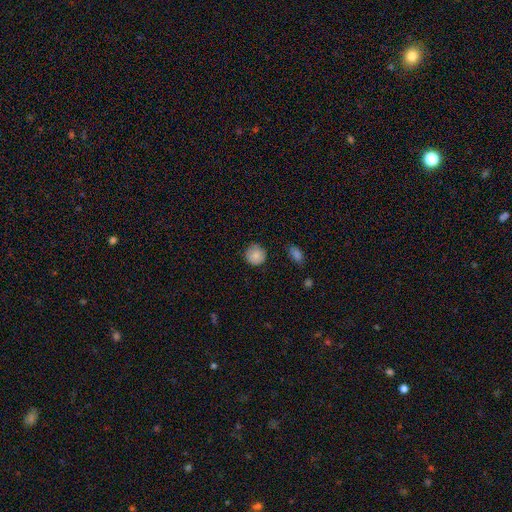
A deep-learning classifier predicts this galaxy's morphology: smooth-or-featured: smooth: 85% | star or artifact: 8% | featured or disk: 7%
  how-rounded: round: 92% | in between: 7% | cigar-shaped: 1%
  merging: none: 82% | minor disturbance: 14% | major disturbance: 3% | merger: 2%